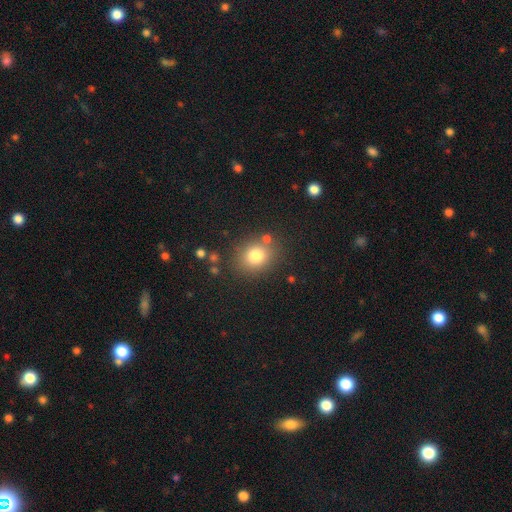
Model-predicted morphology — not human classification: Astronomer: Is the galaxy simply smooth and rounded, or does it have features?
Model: smooth — 79%.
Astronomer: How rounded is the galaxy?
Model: round — 67%.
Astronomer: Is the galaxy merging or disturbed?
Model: none — 79%.